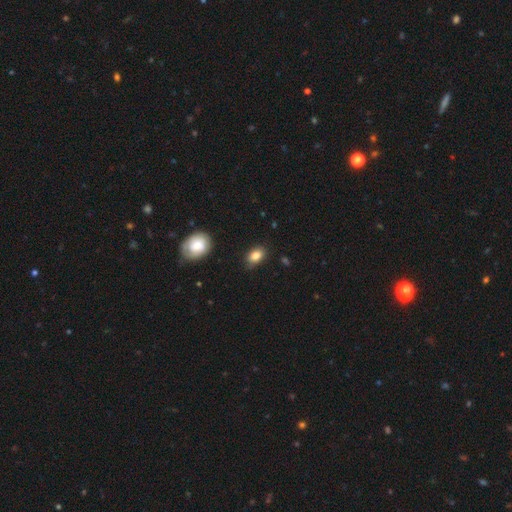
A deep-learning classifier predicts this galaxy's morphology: smooth-or-featured: smooth: 84% | star or artifact: 9% | featured or disk: 7%
  how-rounded: in between: 82% | round: 17% | cigar-shaped: 2%
  merging: none: 81% | minor disturbance: 15% | major disturbance: 3% | merger: 2%